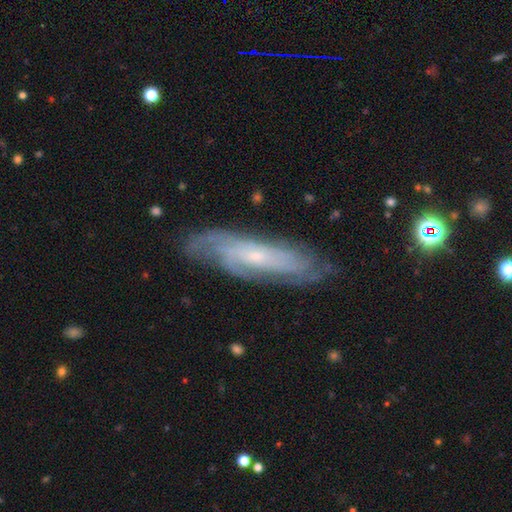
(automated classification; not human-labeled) Smooth or featured?
  - featured or disk: 79% *
  - smooth: 15%
  - star or artifact: 7%
Edge-on disk?
  - no: 78% *
  - yes: 22%
Bar?
  - no: 69% *
  - weak: 24%
  - strong: 6%
Spiral arms?
  - yes: 93% *
  - no: 7%
Spiral winding?
  - tight: 65% *
  - medium: 28%
  - loose: 7%
Spiral arm count?
  - can't tell: 50% *
  - 2: 17%
  - 3: 12%
  - 4: 11%
  - more than 4: 6%
  - 1: 5%
Bulge size?
  - small: 79% *
  - moderate: 16%
  - none: 3%
  - large: 1%
  - dominant: 1%
Merging?
  - none: 79% *
  - minor disturbance: 16%
  - major disturbance: 4%
  - merger: 1%